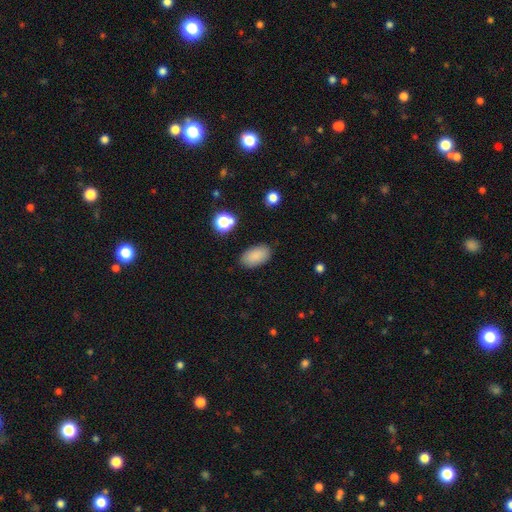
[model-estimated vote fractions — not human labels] smooth_or_featured: smooth (p=0.87) [alt: star or artifact p=0.09]
how_rounded: in between (p=0.94) [alt: round p=0.05]
merging: none (p=0.86) [alt: minor disturbance p=0.09]